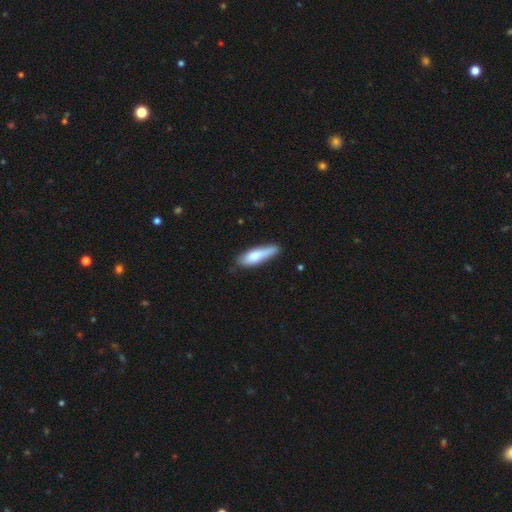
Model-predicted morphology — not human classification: Smooth or featured? Predicted: smooth (p=0.75). How rounded? Predicted: cigar-shaped (p=0.60). Merging? Predicted: none (p=0.59).